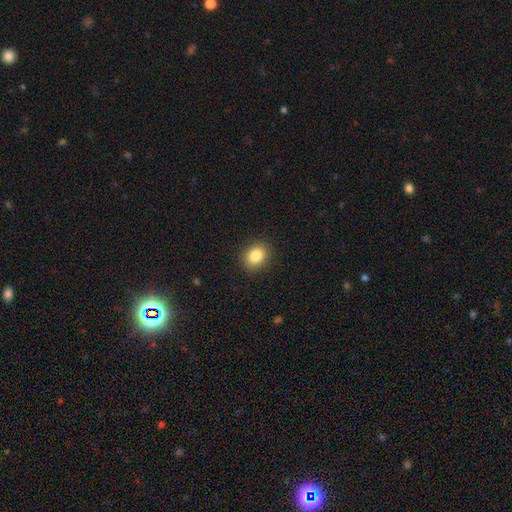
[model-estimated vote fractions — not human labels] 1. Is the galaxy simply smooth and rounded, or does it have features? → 84% smooth, 9% star or artifact, 6% featured or disk.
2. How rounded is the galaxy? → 51% round, 48% in between, 1% cigar-shaped.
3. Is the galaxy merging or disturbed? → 89% none, 8% minor disturbance, 2% major disturbance, 1% merger.